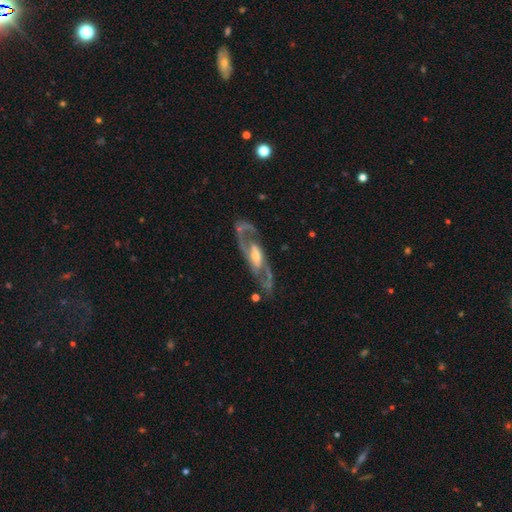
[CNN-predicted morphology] A featured or disk galaxy (88%) with a weak bar (39%), 2 (88%) medium (56%) spiral arms (90%) and a moderate central bulge (58%). Merging: none (79%).